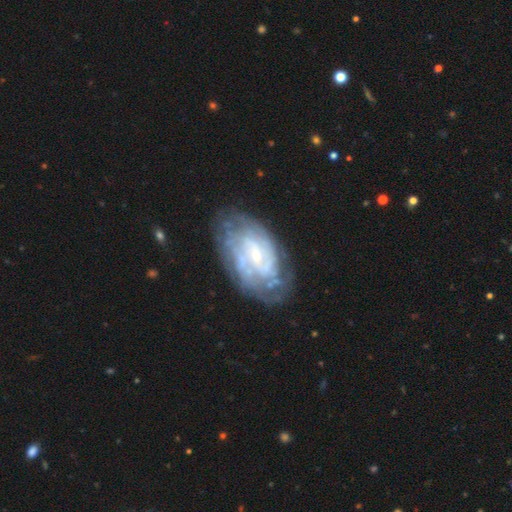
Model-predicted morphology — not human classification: Smooth or featured? featured or disk (81%)
Edge-on disk? no (96%)
Bar? weak (46%)
Spiral arms? yes (87%)
Spiral winding? tight (62%)
Spiral arm count? can't tell (53%)
Bulge size? small (73%)
Merging? none (70%)